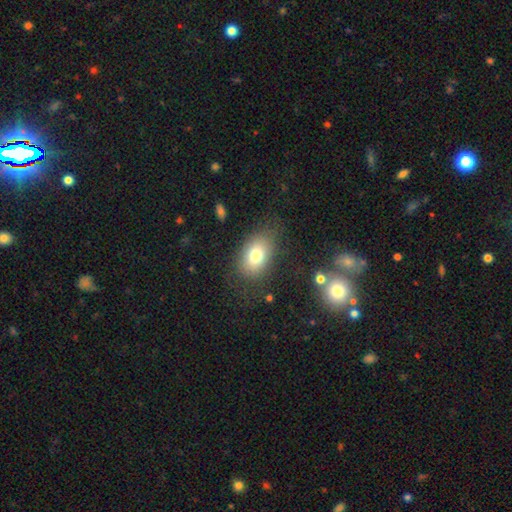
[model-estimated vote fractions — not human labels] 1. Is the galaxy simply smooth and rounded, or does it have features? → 75% smooth, 15% featured or disk, 10% star or artifact.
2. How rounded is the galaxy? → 81% in between, 18% round, 1% cigar-shaped.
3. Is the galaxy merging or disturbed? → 73% none, 17% minor disturbance, 9% major disturbance, 2% merger.